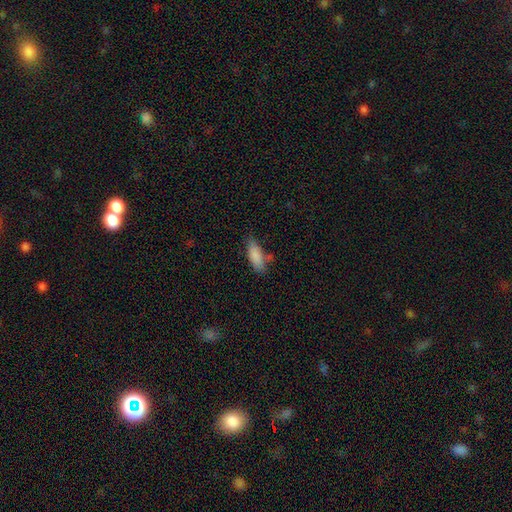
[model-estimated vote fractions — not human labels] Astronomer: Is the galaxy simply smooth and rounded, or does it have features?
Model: smooth — 85%.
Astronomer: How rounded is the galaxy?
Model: in between — 69%.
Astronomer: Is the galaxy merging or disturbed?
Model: none — 66%.